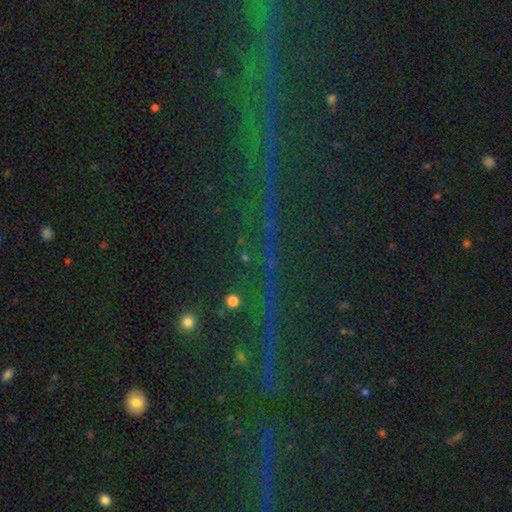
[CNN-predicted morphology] Smooth or featured? Predicted: star or artifact (p=0.82).